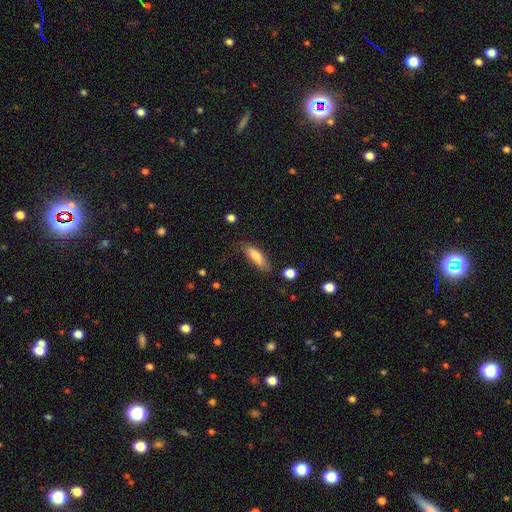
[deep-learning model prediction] A smooth galaxy with no disk features (79%) that is in between round and cigar-shaped (54%). Merging: none (65%).